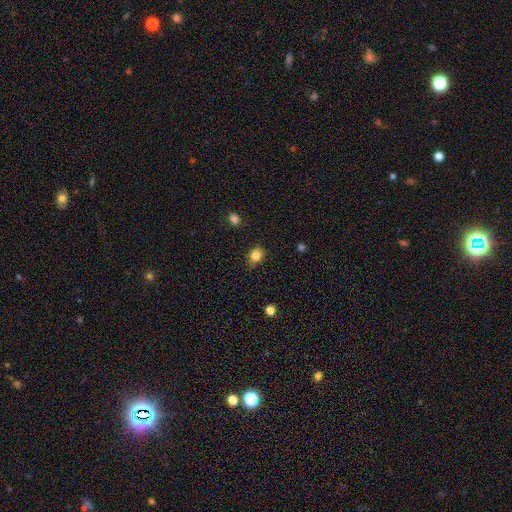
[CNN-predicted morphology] A smooth galaxy with no disk features (83%) that is in between round and cigar-shaped (52%).

Vote fractions:
- Smooth or featured? smooth: 83% / star or artifact: 10% / featured or disk: 6%
- How rounded? in between: 52% / round: 47% / cigar-shaped: 1%
- Merging? none: 78% / minor disturbance: 17% / major disturbance: 3% / merger: 1%